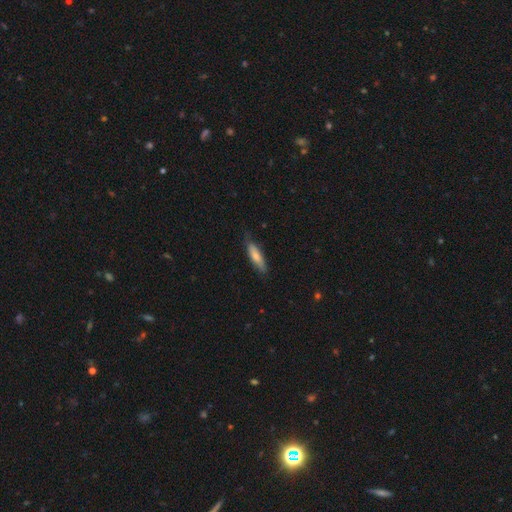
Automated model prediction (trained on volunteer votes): The model was most divided on "how rounded": cigar-shaped: 66%, in between: 33%, round: 2%. More confident: merging — none (76%); smooth or featured — smooth (74%).